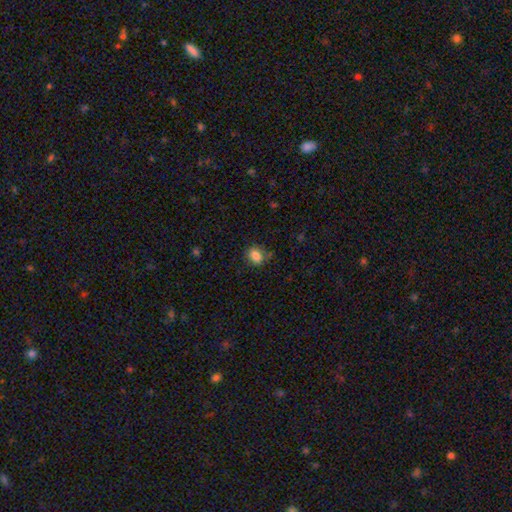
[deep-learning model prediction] A smooth galaxy with no disk features (85%) that is in between round and cigar-shaped (55%).

Vote fractions:
- Smooth or featured? smooth: 85% / star or artifact: 10% / featured or disk: 6%
- How rounded? in between: 55% / round: 44% / cigar-shaped: 1%
- Merging? none: 75% / minor disturbance: 18% / major disturbance: 5% / merger: 3%